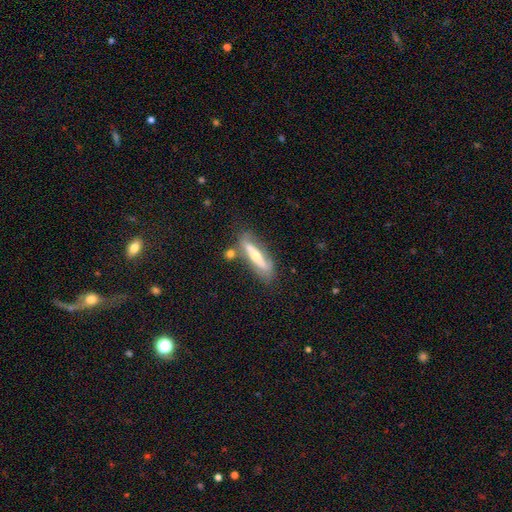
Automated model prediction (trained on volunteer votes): Smooth or featured? Predicted: featured or disk (p=0.64). Edge-on disk? Predicted: yes (p=0.63). Merging? Predicted: none (p=0.70).